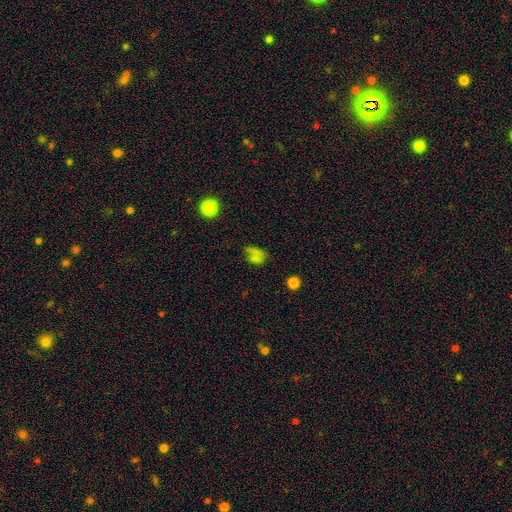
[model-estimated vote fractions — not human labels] Overall: smooth (59%; star or artifact 23%). How rounded: in between (65%; round 32%). Merging: none (44%; major disturbance 23%).